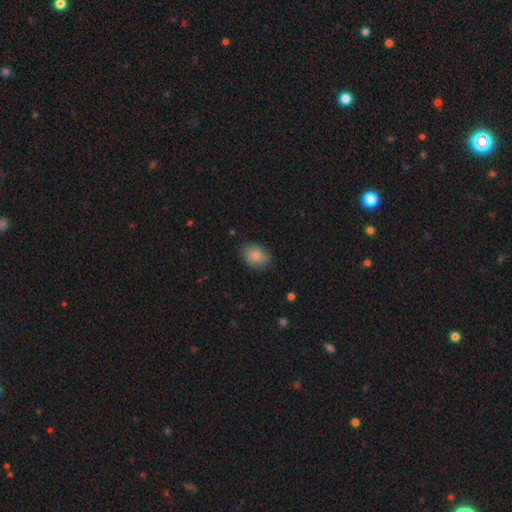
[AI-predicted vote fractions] Q: Smooth or featured?
A: smooth (82%); runner-up: featured or disk (10%)
Q: How rounded?
A: in between (70%); runner-up: round (29%)
Q: Merging?
A: none (70%); runner-up: minor disturbance (24%)